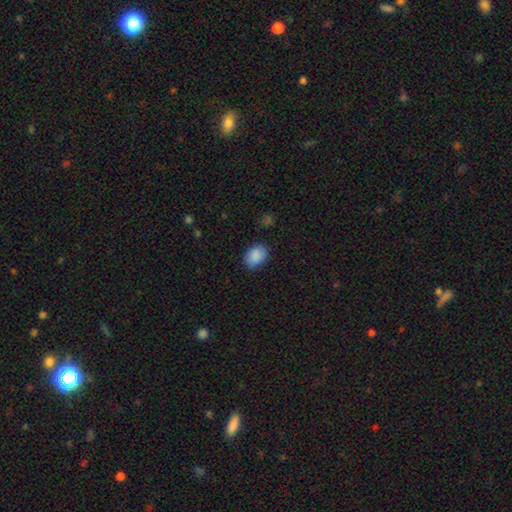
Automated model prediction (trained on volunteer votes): smooth 89%, star or artifact 8%, featured or disk 4%. Down the decision tree: how rounded — in between (73%); merging — none (81%).